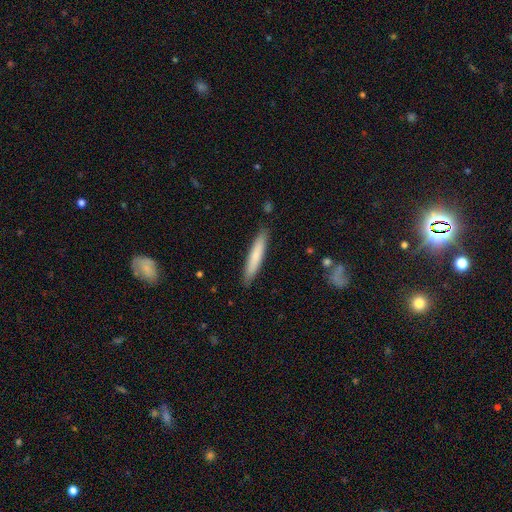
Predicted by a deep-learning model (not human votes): Smooth or featured? Predicted: smooth (p=0.75). How rounded? Predicted: cigar-shaped (p=0.92). Merging? Predicted: none (p=0.89).